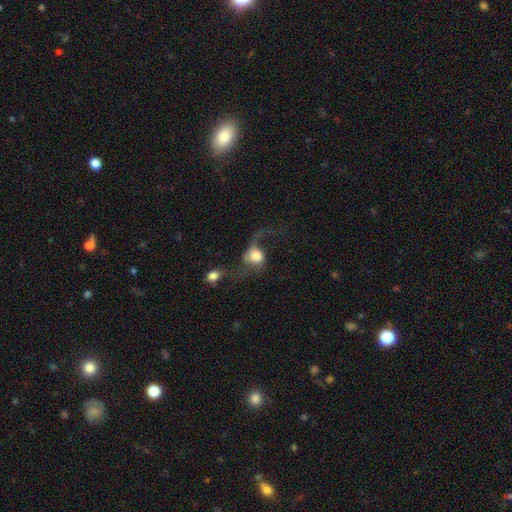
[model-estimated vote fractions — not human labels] smooth_or_featured: smooth (p=0.48) [alt: featured or disk p=0.44]
merging: major disturbance (p=0.37) [alt: merger p=0.36]